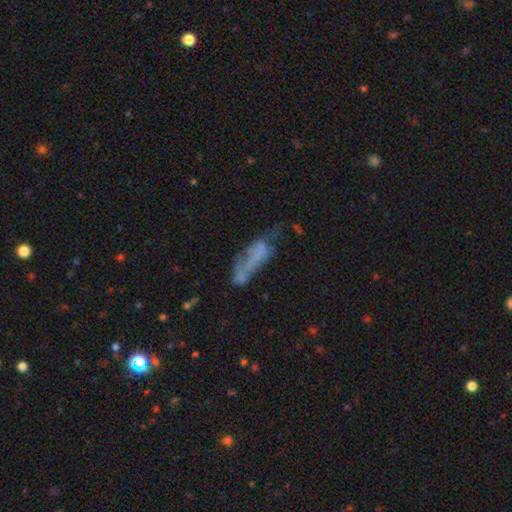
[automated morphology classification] Smooth or featured? Predicted: smooth (p=0.45). Merging? Predicted: major disturbance (p=0.31, tied with none).